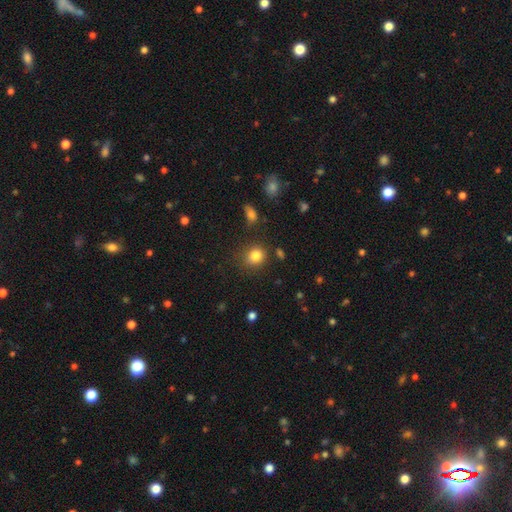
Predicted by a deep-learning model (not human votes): smooth 83%, star or artifact 11%, featured or disk 6%. Down the decision tree: how rounded — round (69%); merging — none (78%).